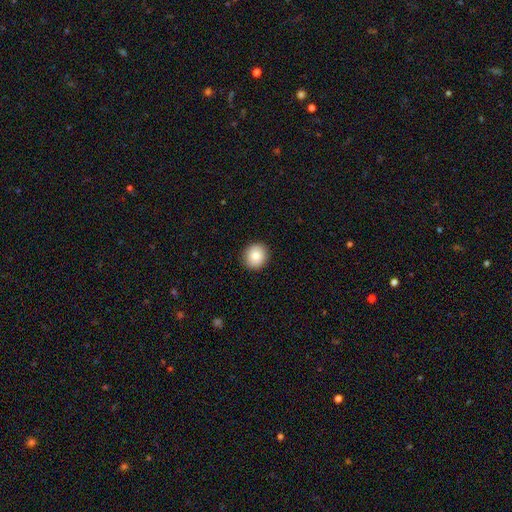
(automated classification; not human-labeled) Smooth or featured? smooth (85%)
How rounded? round (87%)
Merging? none (92%)